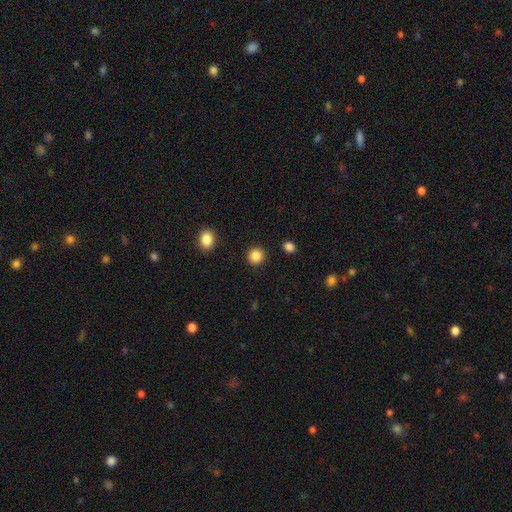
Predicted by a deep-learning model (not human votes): A smooth galaxy with no disk features (86%) that is round (92%). Merging: none (91%).